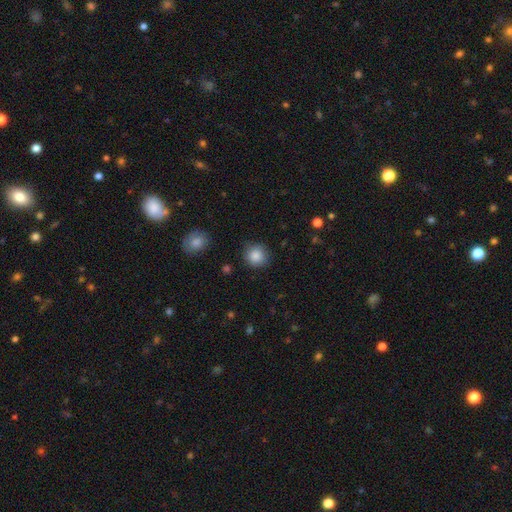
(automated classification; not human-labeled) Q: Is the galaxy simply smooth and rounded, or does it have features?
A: smooth — 87%.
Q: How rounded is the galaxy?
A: round — 91%.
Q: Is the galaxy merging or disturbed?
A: none — 87%.